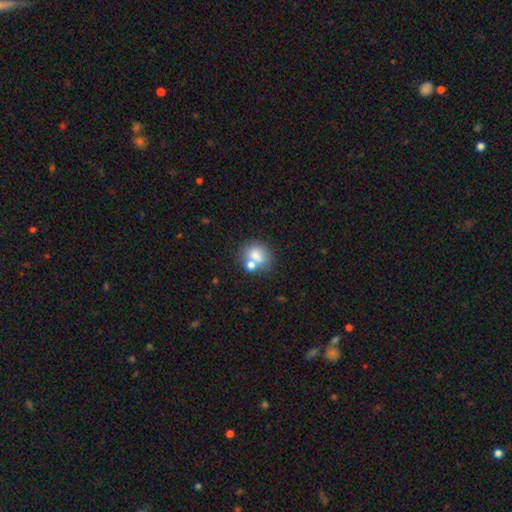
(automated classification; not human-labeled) A smooth galaxy with no disk features (74%) that is round (64%).

Vote fractions:
- Smooth or featured? smooth: 74% / featured or disk: 15% / star or artifact: 10%
- How rounded? round: 64% / in between: 35% / cigar-shaped: 1%
- Merging? none: 51% / merger: 32% / minor disturbance: 12% / major disturbance: 5%